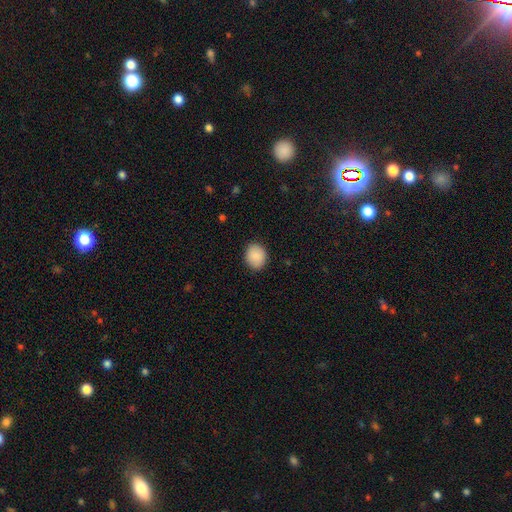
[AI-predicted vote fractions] Smooth or featured: smooth — 89% (star or artifact — 7%)
How rounded: round — 67% (in between — 32%)
Merging: none — 89% (minor disturbance — 8%)